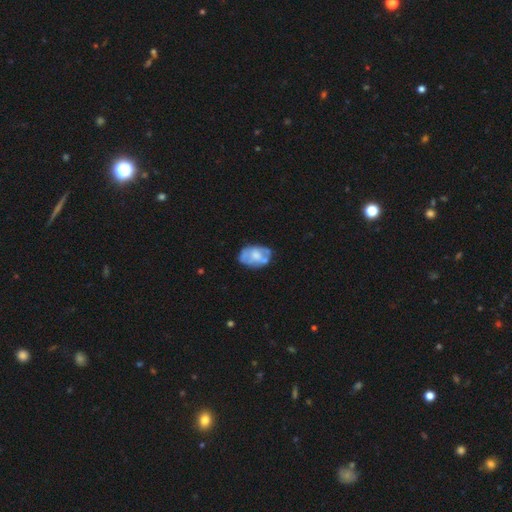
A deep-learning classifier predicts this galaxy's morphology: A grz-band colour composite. It shows a featured or disk galaxy (53%) with no bar (80%), no spiral arms (75%) and a moderate central bulge (47%). Merging: none (55%).